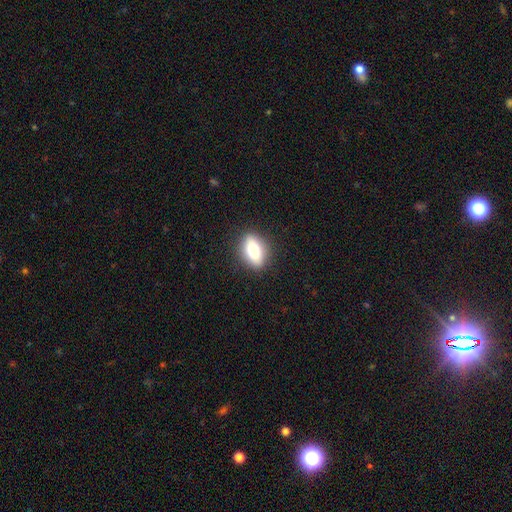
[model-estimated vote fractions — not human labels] A smooth galaxy with no disk features (73%) that is in between round and cigar-shaped (80%).

Vote fractions:
- Smooth or featured? smooth: 73% / featured or disk: 19% / star or artifact: 8%
- How rounded? in between: 80% / round: 12% / cigar-shaped: 8%
- Merging? none: 87% / minor disturbance: 10% / major disturbance: 3% / merger: 1%